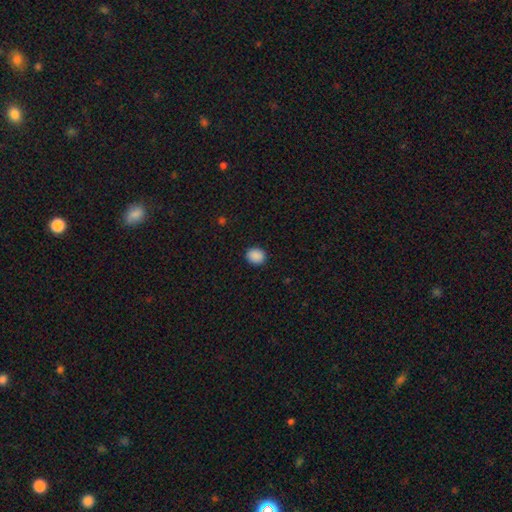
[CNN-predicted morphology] smooth 89%, star or artifact 9%, featured or disk 2%. Down the decision tree: how rounded — round (69%); merging — none (90%).